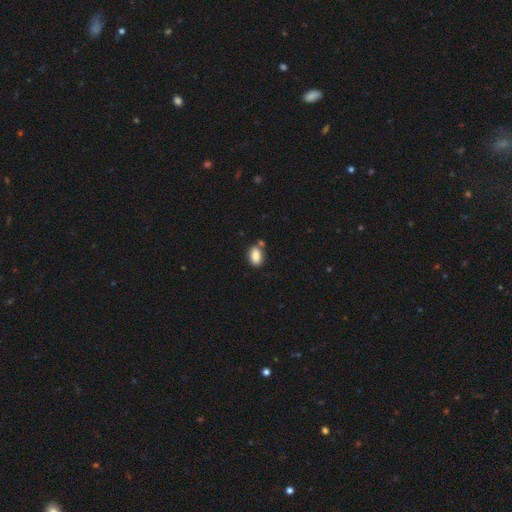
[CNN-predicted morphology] A smooth galaxy with no disk features (86%) that is in between round and cigar-shaped (87%).

Vote fractions:
- Smooth or featured? smooth: 86% / star or artifact: 8% / featured or disk: 6%
- How rounded? in between: 87% / round: 11% / cigar-shaped: 2%
- Merging? none: 68% / minor disturbance: 15% / merger: 14% / major disturbance: 3%